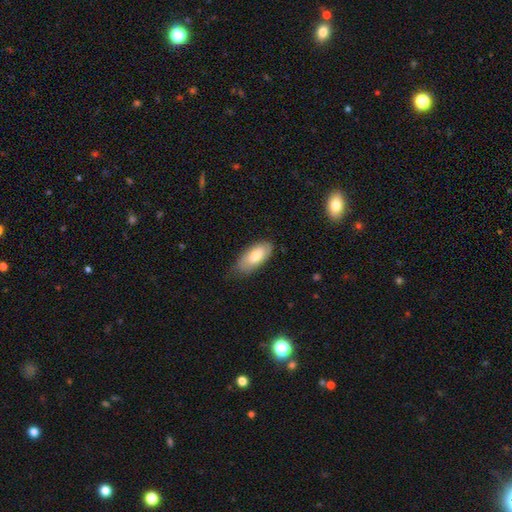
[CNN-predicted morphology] smooth-or-featured: smooth: 77% | featured or disk: 18% | star or artifact: 6%
  how-rounded: in between: 87% | cigar-shaped: 10% | round: 2%
  merging: none: 70% | minor disturbance: 24% | major disturbance: 5% | merger: 1%